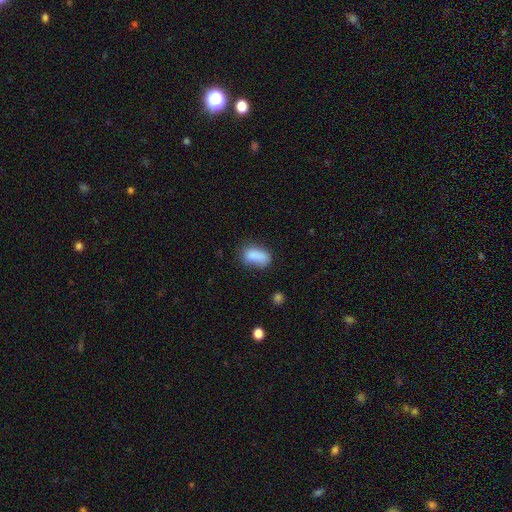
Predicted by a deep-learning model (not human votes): smooth_or_featured: smooth (p=0.83) [alt: star or artifact p=0.10]
how_rounded: in between (p=0.89) [alt: round p=0.07]
merging: none (p=0.53) [alt: minor disturbance p=0.28]